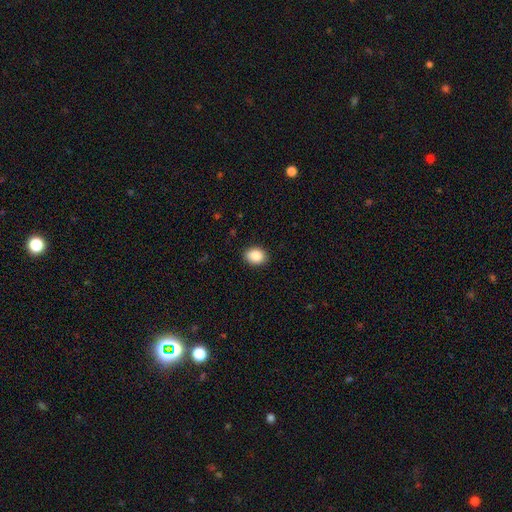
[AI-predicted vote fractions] Q: Smooth or featured?
A: smooth (88%); runner-up: star or artifact (8%)
Q: How rounded?
A: in between (61%); runner-up: round (38%)
Q: Merging?
A: none (89%); runner-up: minor disturbance (8%)